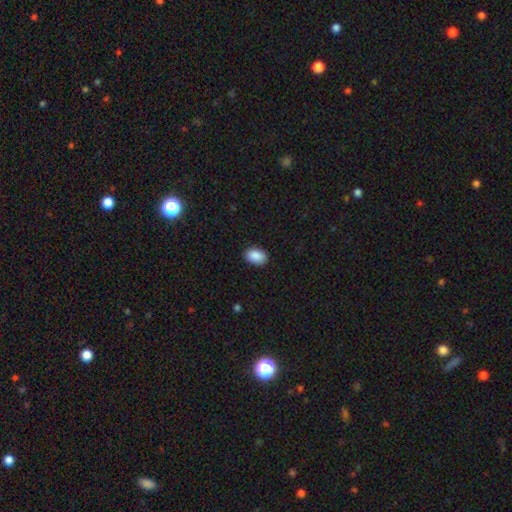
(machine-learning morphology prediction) type=smooth (90%); roundness=in between (88%); merging=none (90%).